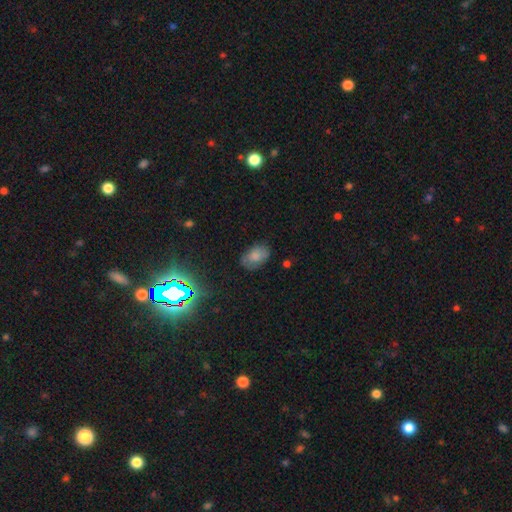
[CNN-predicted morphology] The model was most divided on "merging": none: 70%, minor disturbance: 22%, major disturbance: 7%, merger: 2%. More confident: how rounded — in between (84%); smooth or featured — smooth (71%).